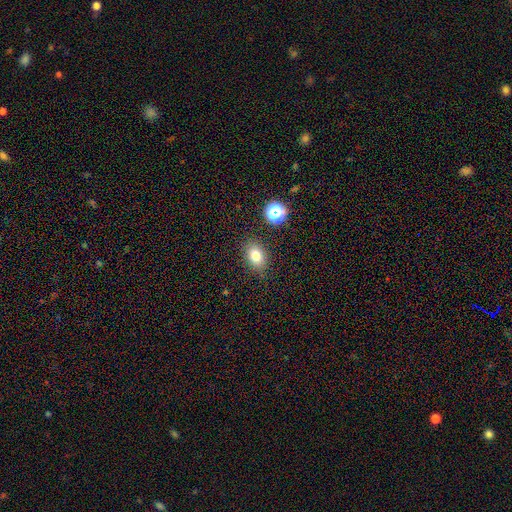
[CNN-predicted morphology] smooth-or-featured: smooth: 78% | star or artifact: 13% | featured or disk: 9%
  how-rounded: in between: 71% | round: 27% | cigar-shaped: 1%
  merging: none: 83% | minor disturbance: 11% | major disturbance: 3% | merger: 3%